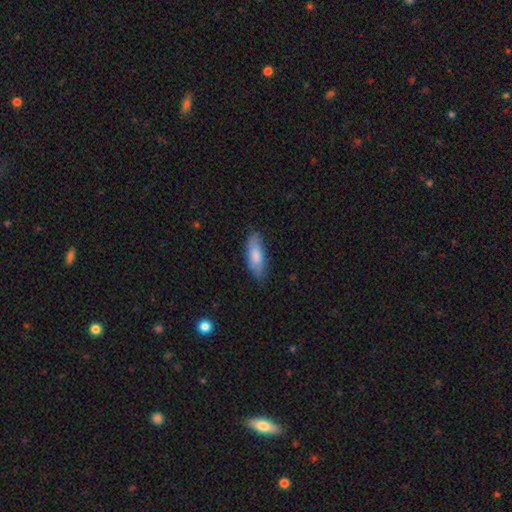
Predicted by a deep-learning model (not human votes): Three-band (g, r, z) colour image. It shows a smooth galaxy with no disk features (76%) that is in between round and cigar-shaped (67%). Merging: none (78%).